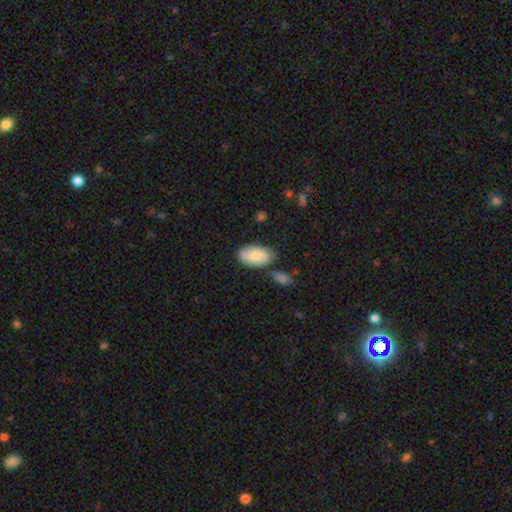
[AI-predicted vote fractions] smooth_or_featured: smooth (p=0.74) [alt: featured or disk p=0.20]
how_rounded: in between (p=0.94) [alt: round p=0.04]
merging: none (p=0.68) [alt: minor disturbance p=0.19]